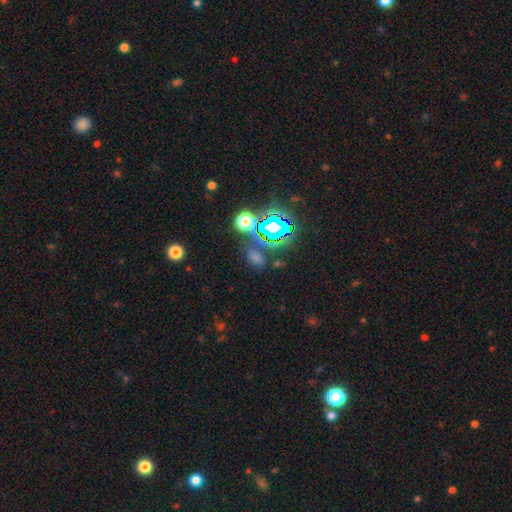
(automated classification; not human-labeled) Smooth or featured?
  - star or artifact: 59% *
  - smooth: 32%
  - featured or disk: 10%